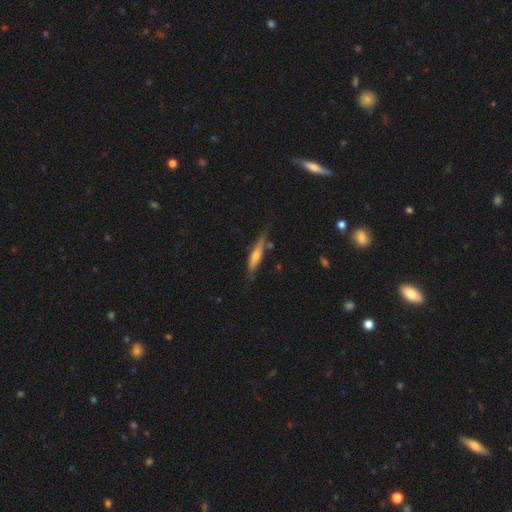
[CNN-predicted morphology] A featured or disk galaxy (57%) viewed edge-on (91%) with a rounded central bulge (71%). Merging: none (72%).